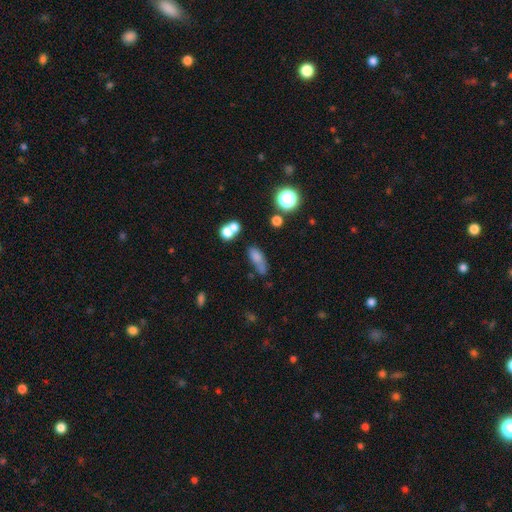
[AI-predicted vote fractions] This is likely a smooth galaxy (70%). How rounded: likely in between (68%). Merging: marginally none (37%).